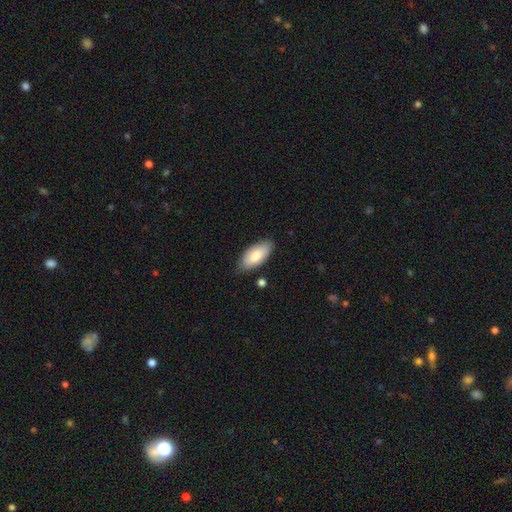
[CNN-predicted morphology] A smooth galaxy with no disk features (80%) that is in between round and cigar-shaped (90%).

Vote fractions:
- Smooth or featured? smooth: 80% / featured or disk: 14% / star or artifact: 6%
- How rounded? in between: 90% / cigar-shaped: 8% / round: 2%
- Merging? none: 80% / minor disturbance: 15% / major disturbance: 3% / merger: 2%